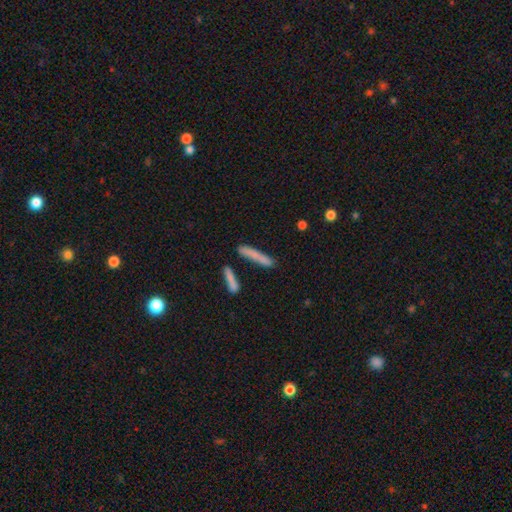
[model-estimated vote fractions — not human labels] This appears to be a smooth galaxy with no disk features (71%) that is cigar-shaped (92%). Merging: none (67%).